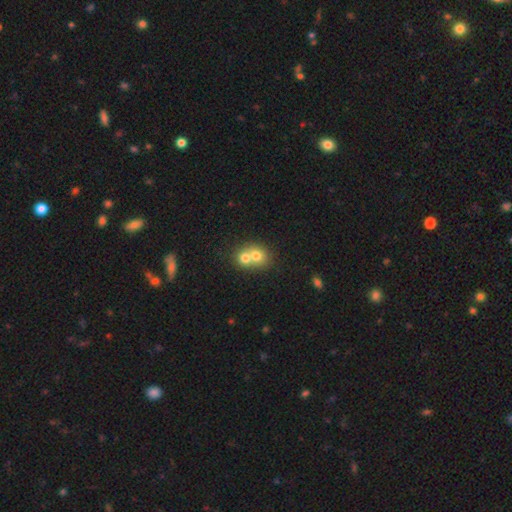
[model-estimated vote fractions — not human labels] A smooth galaxy with no disk features (71%) that is round (70%). Merging: merger (71%).